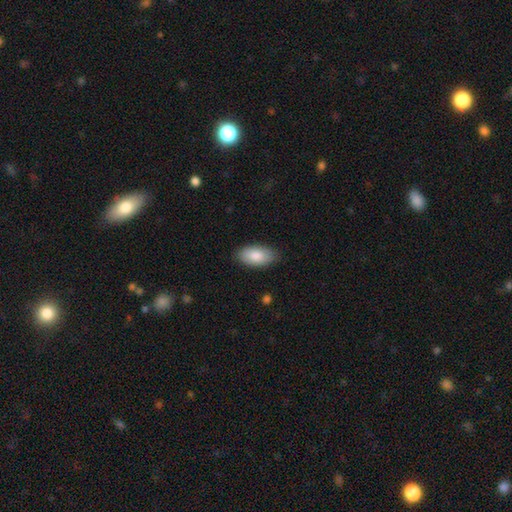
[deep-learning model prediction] Overall: smooth (85%). How rounded: in between (94%). Merging: none (83%).